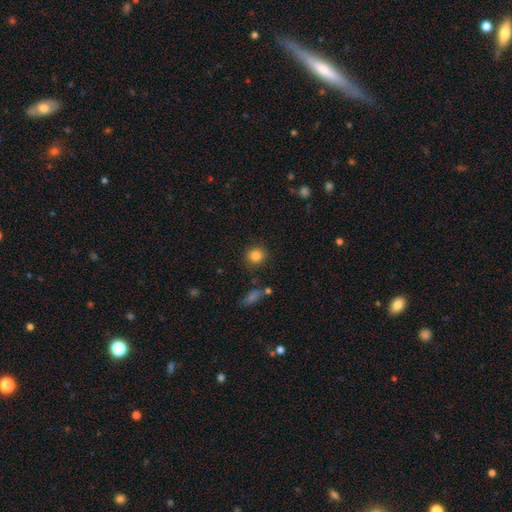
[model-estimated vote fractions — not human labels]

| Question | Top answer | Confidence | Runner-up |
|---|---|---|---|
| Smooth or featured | smooth | 83% | star or artifact (10%) |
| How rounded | round | 87% | in between (12%) |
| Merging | none | 86% | minor disturbance (9%) |